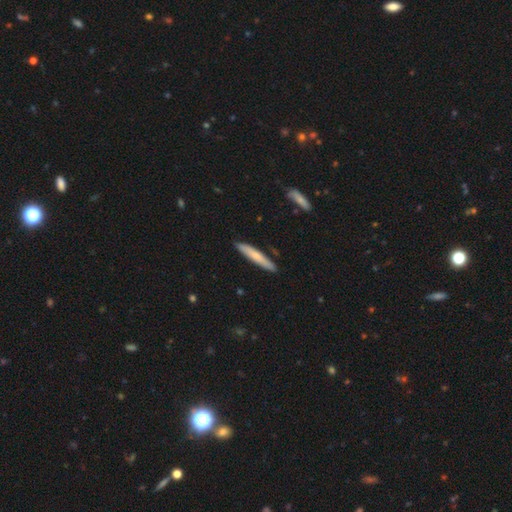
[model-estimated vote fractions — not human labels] smooth 67%, featured or disk 28%, star or artifact 6%. Down the decision tree: how rounded — cigar-shaped (93%); merging — none (89%).